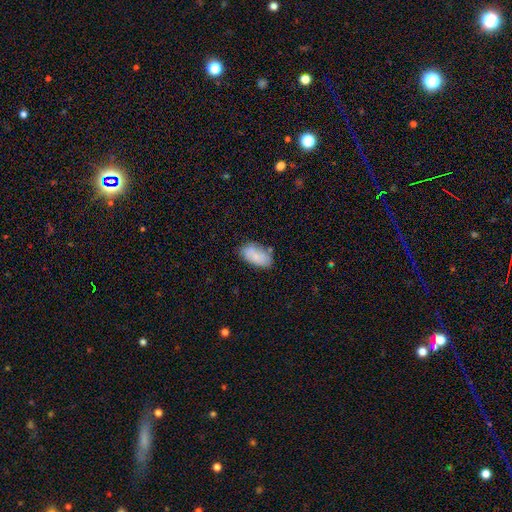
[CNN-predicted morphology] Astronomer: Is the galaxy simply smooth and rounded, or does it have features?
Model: smooth — 78%.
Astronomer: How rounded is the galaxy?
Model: in between — 94%.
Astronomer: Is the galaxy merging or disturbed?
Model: none — 70%.